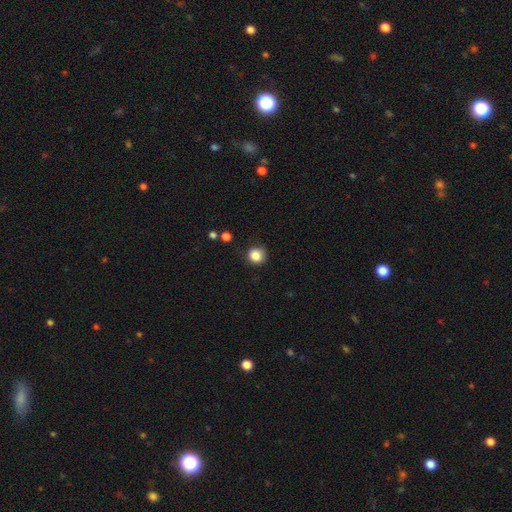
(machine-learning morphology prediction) A smooth galaxy with no disk features (85%) that is round (89%). Merging: none (82%).